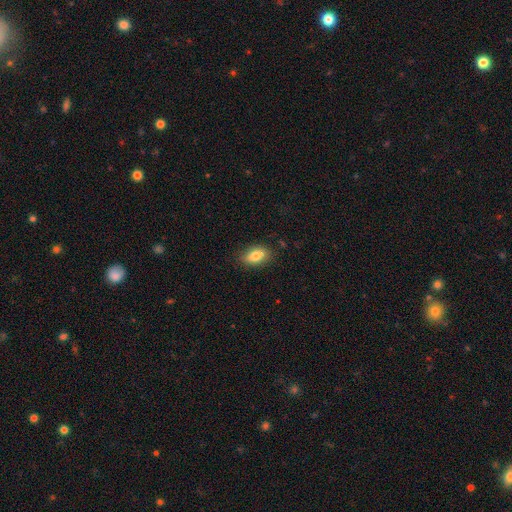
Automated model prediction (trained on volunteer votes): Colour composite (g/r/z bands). It shows a smooth galaxy with no disk features (80%) that is in between round and cigar-shaped (89%). Merging: none (83%).